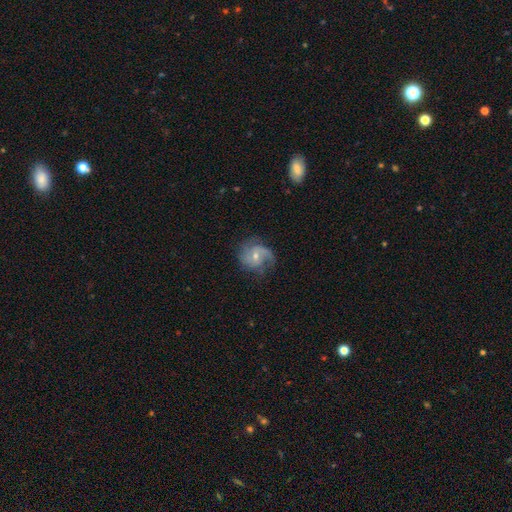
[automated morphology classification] Smooth or featured?
  - featured or disk: 72% *
  - smooth: 21%
  - star or artifact: 7%
Edge-on disk?
  - no: 97% *
  - yes: 3%
Bar?
  - no: 55% *
  - weak: 38%
  - strong: 7%
Spiral arms?
  - yes: 91% *
  - no: 9%
Spiral winding?
  - medium: 45% *
  - loose: 30%
  - tight: 25%
Spiral arm count?
  - 2: 54% *
  - 1: 20%
  - can't tell: 13%
  - 3: 8%
  - 4: 2%
  - more than 4: 2%
Bulge size?
  - small: 50% *
  - moderate: 46%
  - large: 2%
  - none: 2%
  - dominant: 1%
Merging?
  - none: 60% *
  - minor disturbance: 23%
  - major disturbance: 16%
  - merger: 2%